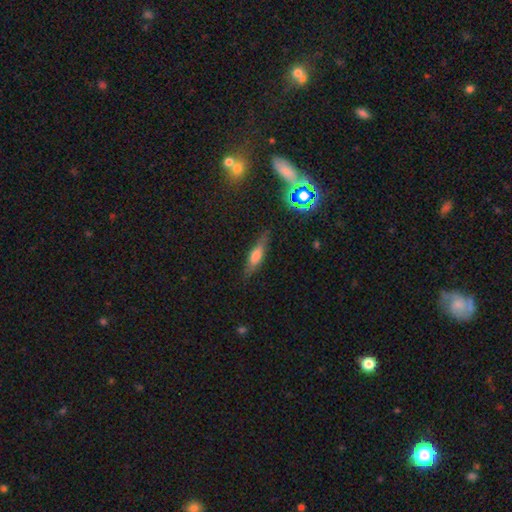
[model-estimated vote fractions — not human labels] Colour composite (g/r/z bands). It shows a smooth galaxy with no disk features (53%) that is cigar-shaped (68%). Merging: none (82%).